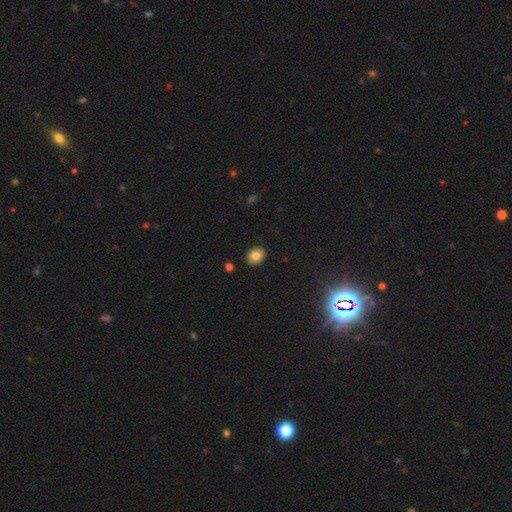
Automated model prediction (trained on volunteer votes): smooth 83%, star or artifact 9%, featured or disk 7%. Down the decision tree: how rounded — round (62%); merging — none (90%).